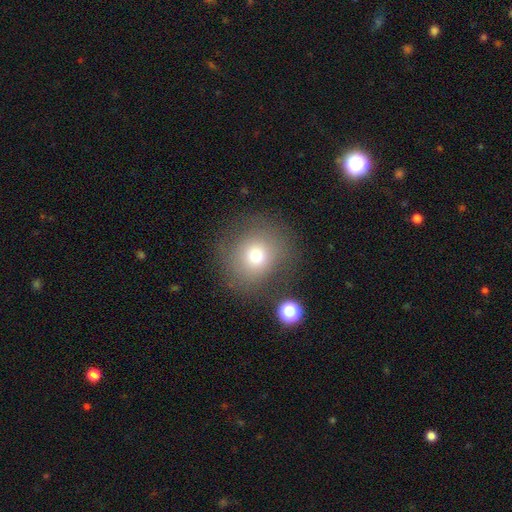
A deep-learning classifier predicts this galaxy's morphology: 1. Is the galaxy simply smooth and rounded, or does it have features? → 72% smooth, 14% star or artifact, 14% featured or disk.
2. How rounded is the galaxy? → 86% round, 13% in between, 1% cigar-shaped.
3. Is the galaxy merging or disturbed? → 76% none, 13% minor disturbance, 7% major disturbance, 4% merger.